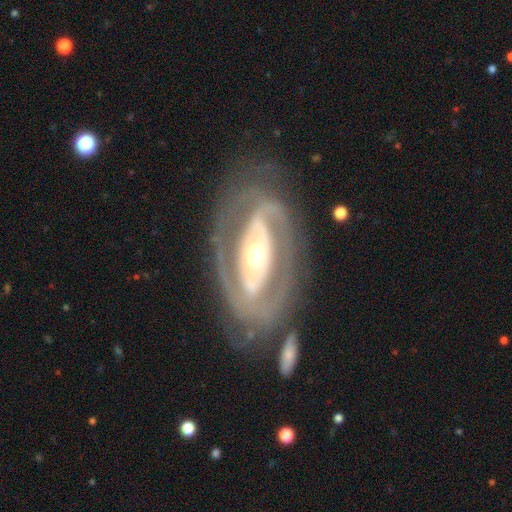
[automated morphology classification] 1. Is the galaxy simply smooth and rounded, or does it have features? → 85% featured or disk, 10% smooth, 4% star or artifact.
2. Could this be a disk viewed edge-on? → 93% no, 7% yes.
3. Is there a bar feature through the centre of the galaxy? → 43% no, 33% strong, 24% weak.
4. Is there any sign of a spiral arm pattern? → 75% yes, 25% no.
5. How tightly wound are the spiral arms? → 53% tight, 33% medium, 14% loose.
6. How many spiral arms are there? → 68% 2, 17% can't tell, 6% 1, 5% 3, 2% 4, 2% more than 4.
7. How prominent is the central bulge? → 66% moderate, 18% small, 14% large, 2% dominant, 1% none.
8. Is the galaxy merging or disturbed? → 71% none, 15% minor disturbance, 10% major disturbance, 4% merger.